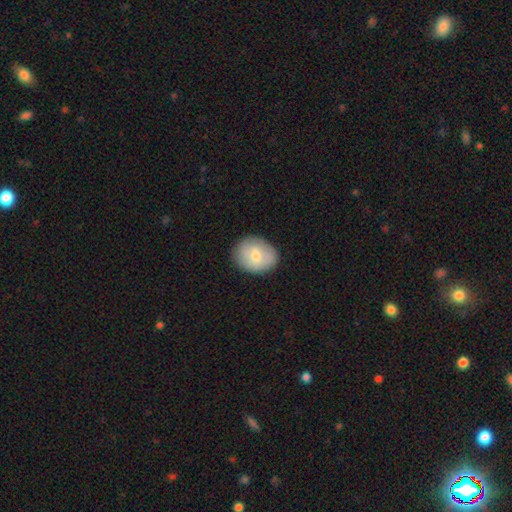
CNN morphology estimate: Smooth or featured: smooth — 68% (featured or disk — 25%)
How rounded: in between — 53% (round — 46%)
Merging: none — 84% (minor disturbance — 12%)